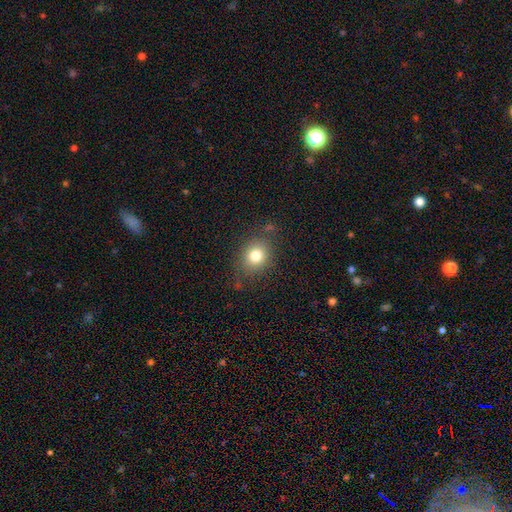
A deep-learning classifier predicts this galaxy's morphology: A smooth galaxy with no disk features (79%) that is round (65%). Merging: none (78%).